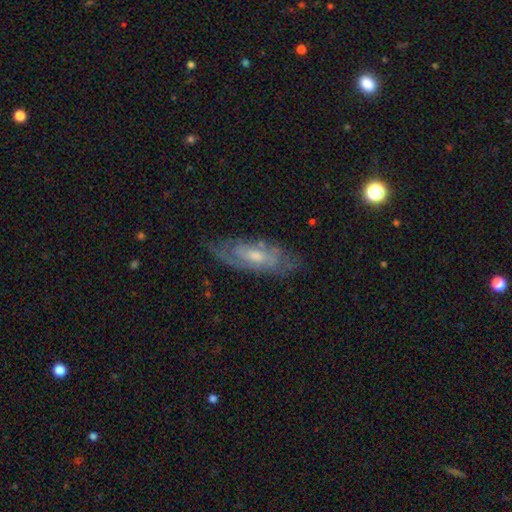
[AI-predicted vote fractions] featured or disk 71%, smooth 22%, star or artifact 7%. Down the decision tree: edge-on disk — no (80%); bar — no (52%); spiral arms — yes (81%); bulge size — moderate (49%); merging — none (72%).